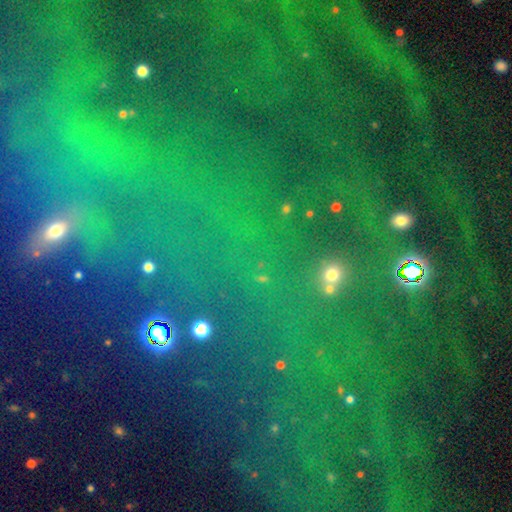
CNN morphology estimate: The model was most divided on "smooth or featured": star or artifact: 74%, smooth: 14%, featured or disk: 13%.